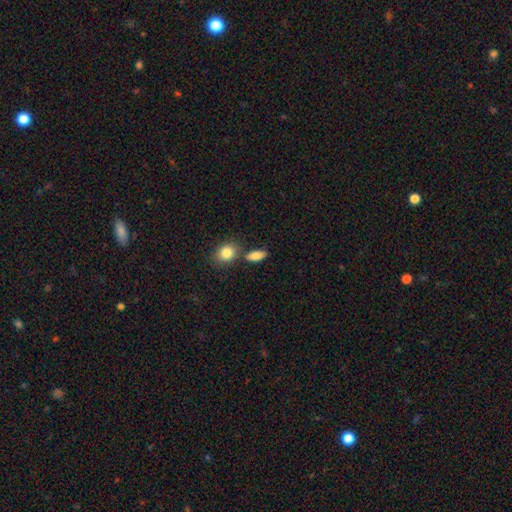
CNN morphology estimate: The model was most divided on "merging": none: 67%, merger: 16%, minor disturbance: 12%, major disturbance: 4%. More confident: smooth or featured — smooth (84%); how rounded — in between (80%).